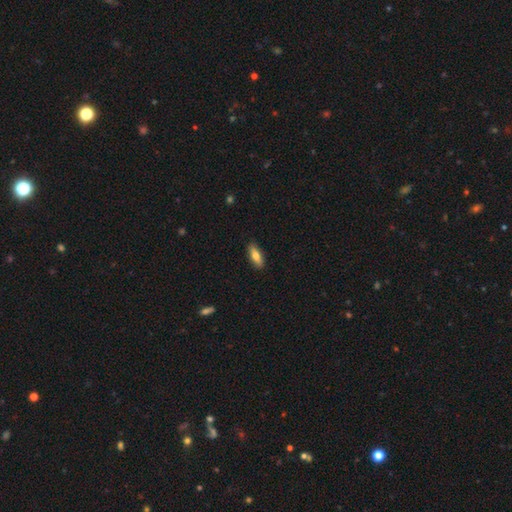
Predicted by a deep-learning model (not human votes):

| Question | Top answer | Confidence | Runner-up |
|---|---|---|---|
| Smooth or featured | smooth | 73% | featured or disk (21%) |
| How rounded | in between | 61% | cigar-shaped (36%) |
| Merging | none | 88% | minor disturbance (9%) |